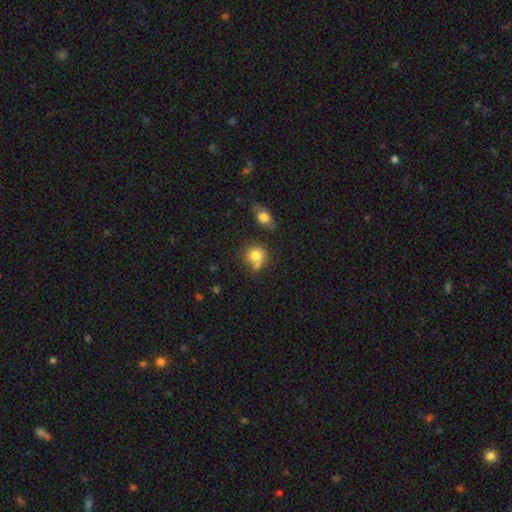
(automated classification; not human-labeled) This appears to be a smooth galaxy with no disk features (78%) that is round (75%). Merging: none (49%).